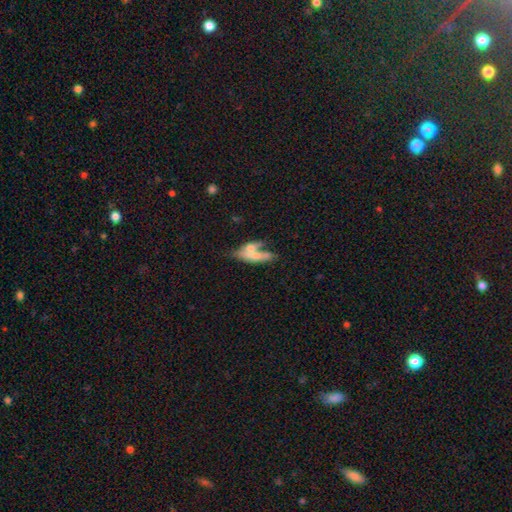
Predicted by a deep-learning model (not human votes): Overall: smooth (60%; featured or disk 32%). How rounded: cigar-shaped (50%; in between 44%). Merging: merger (50%; none 30%).